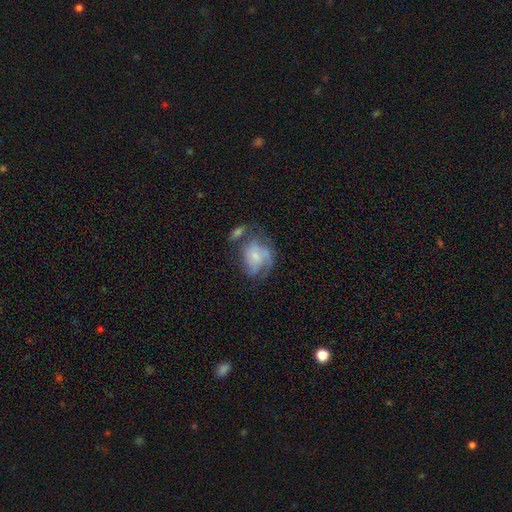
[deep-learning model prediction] Smooth or featured: featured or disk — 56% (smooth — 36%)
Edge-on disk: no — 97% (yes — 3%)
Bar: no — 70% (weak — 25%)
Spiral arms: yes — 69% (no — 31%)
Bulge size: small — 52% (moderate — 28%)
Merging: none — 35% (major disturbance — 25%)